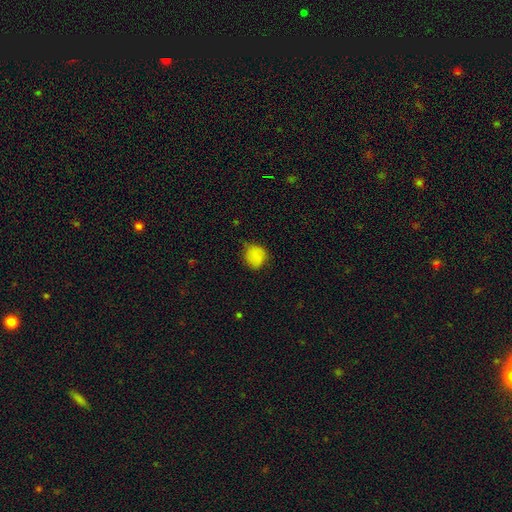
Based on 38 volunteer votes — Smooth or featured? 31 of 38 (82%) said smooth. How rounded? 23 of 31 (74%) said round. Merging? 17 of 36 (47%) said minor disturbance.